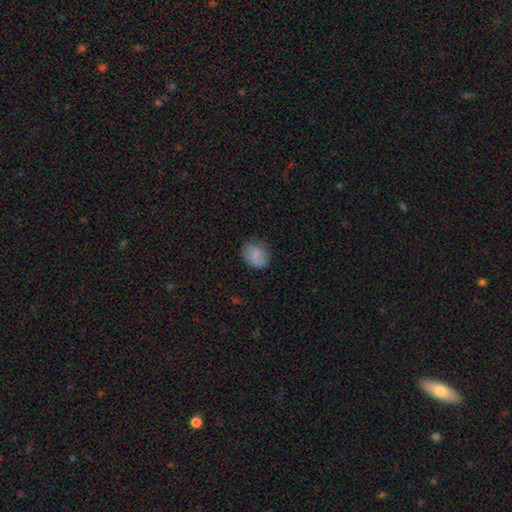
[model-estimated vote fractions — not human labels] Smooth or featured? Predicted: smooth (p=0.69). How rounded? Predicted: round (p=0.52). Merging? Predicted: none (p=0.77).